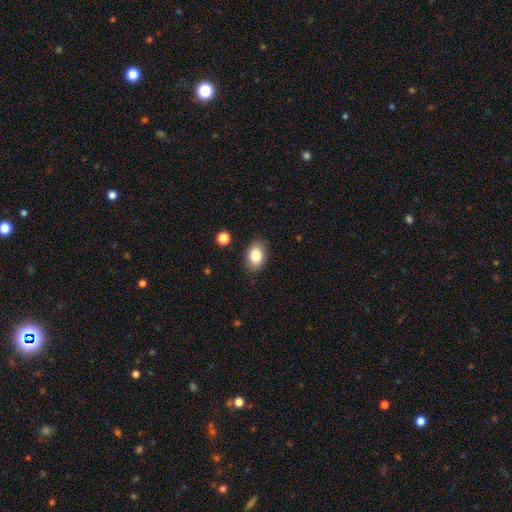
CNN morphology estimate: Smooth or featured? Predicted: smooth (p=0.83). How rounded? Predicted: in between (p=0.80). Merging? Predicted: none (p=0.86).